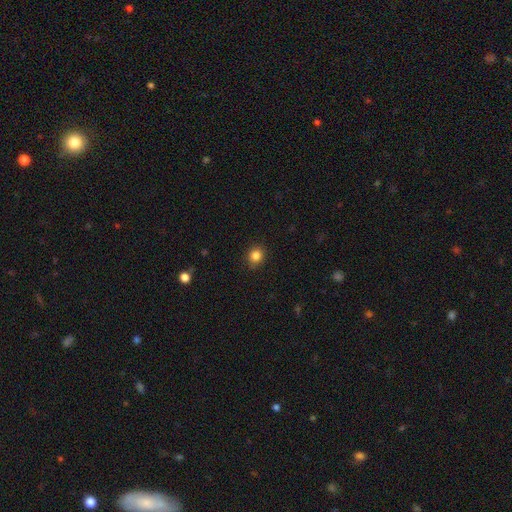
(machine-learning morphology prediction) smooth 84%, star or artifact 11%, featured or disk 4%. Down the decision tree: how rounded — round (78%); merging — none (88%).